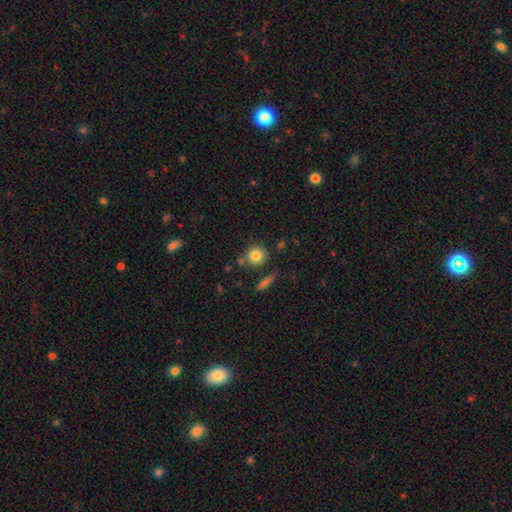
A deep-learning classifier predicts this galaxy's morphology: This appears to be a smooth galaxy with no disk features (82%) that is round (88%). Merging: none (77%).